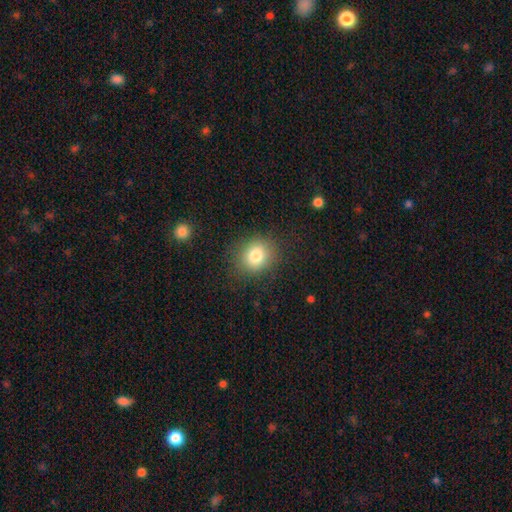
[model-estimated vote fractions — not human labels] Smooth or featured? Predicted: smooth (p=0.81). How rounded? Predicted: round (p=0.68). Merging? Predicted: none (p=0.85).